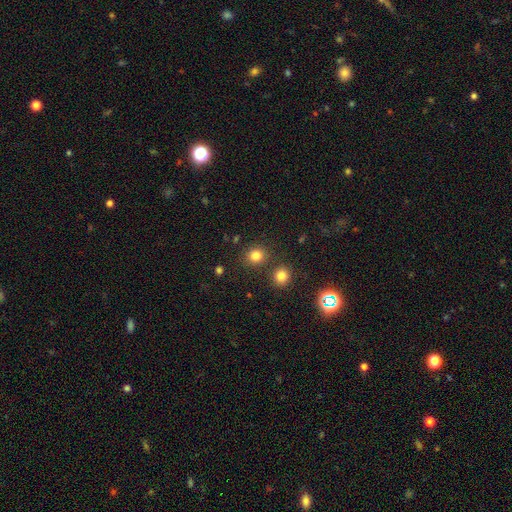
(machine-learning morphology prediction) A smooth galaxy with no disk features (82%) that is round (82%). Merging: none (82%).